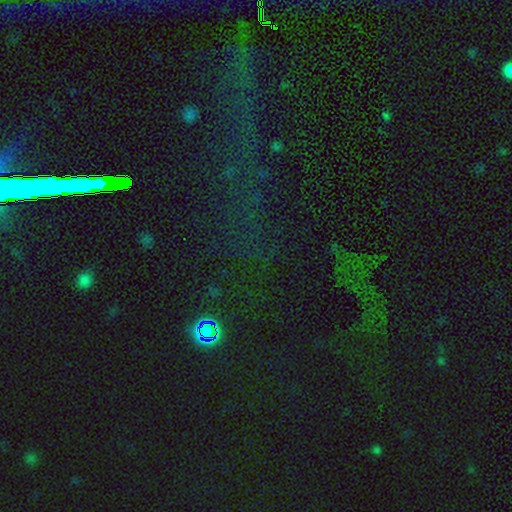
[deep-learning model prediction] Smooth or featured? star or artifact (75%)